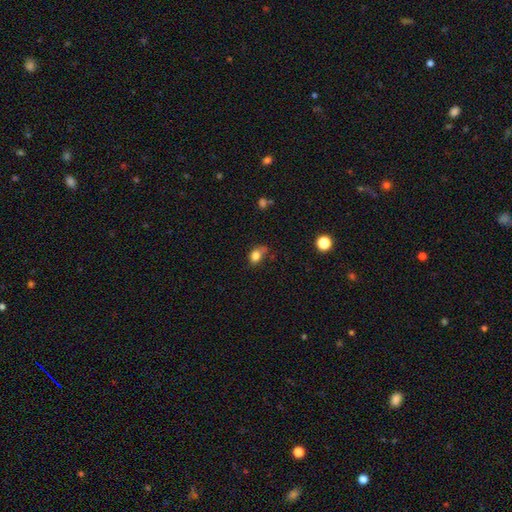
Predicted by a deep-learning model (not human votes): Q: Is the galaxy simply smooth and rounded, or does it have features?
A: smooth — 81%.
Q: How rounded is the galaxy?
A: in between — 66%.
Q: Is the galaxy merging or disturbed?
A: none — 46%.